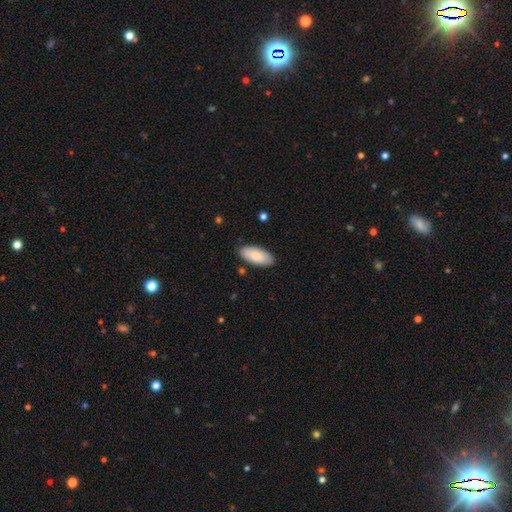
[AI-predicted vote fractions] smooth_or_featured: smooth (p=0.87) [alt: featured or disk p=0.07]
how_rounded: in between (p=0.90) [alt: cigar-shaped p=0.09]
merging: none (p=0.86) [alt: minor disturbance p=0.11]